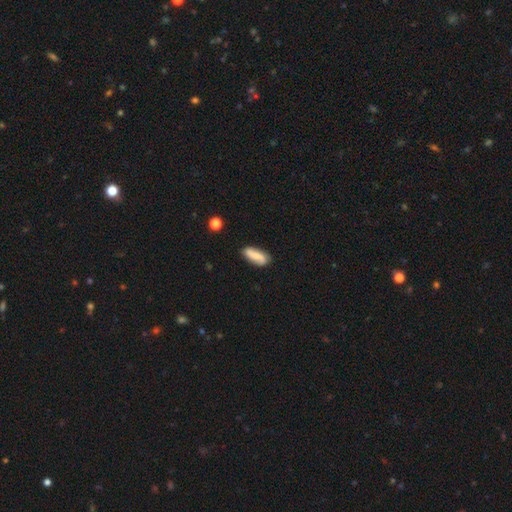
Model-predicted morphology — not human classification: Q: Smooth or featured?
A: smooth (63%); runner-up: featured or disk (30%)
Q: How rounded?
A: in between (73%); runner-up: cigar-shaped (24%)
Q: Merging?
A: none (79%); runner-up: minor disturbance (15%)